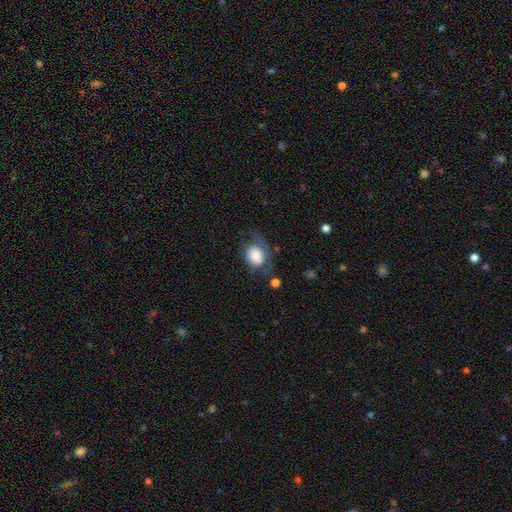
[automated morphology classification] Smooth or featured?
  - smooth: 70% *
  - featured or disk: 22%
  - star or artifact: 8%
How rounded?
  - in between: 55% *
  - round: 44%
  - cigar-shaped: 1%
Merging?
  - none: 41% *
  - minor disturbance: 30%
  - major disturbance: 25%
  - merger: 4%